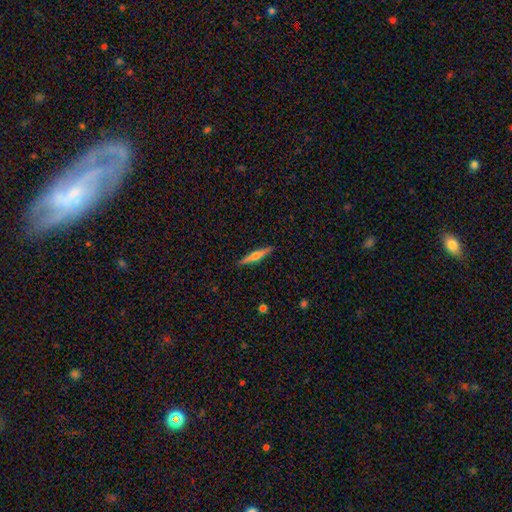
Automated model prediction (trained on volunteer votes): Smooth or featured? Predicted: featured or disk (p=0.55). Edge-on disk? Predicted: yes (p=0.97). Edge-on bulge? Predicted: rounded (p=0.84). Merging? Predicted: none (p=0.91).